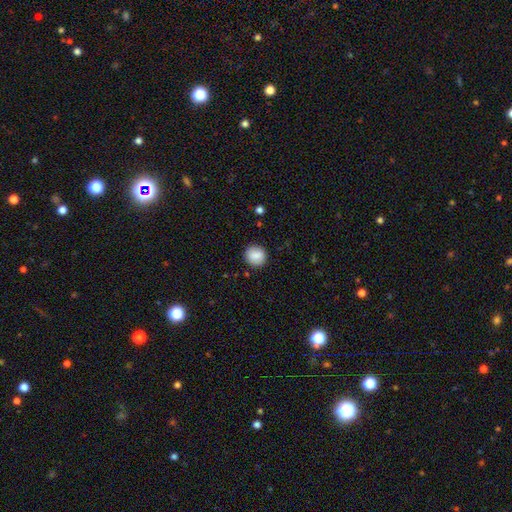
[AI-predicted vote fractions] A smooth galaxy with no disk features (85%) that is round (85%).

Vote fractions:
- Smooth or featured? smooth: 85% / star or artifact: 8% / featured or disk: 7%
- How rounded? round: 85% / in between: 14% / cigar-shaped: 1%
- Merging? none: 88% / minor disturbance: 8% / major disturbance: 2% / merger: 1%